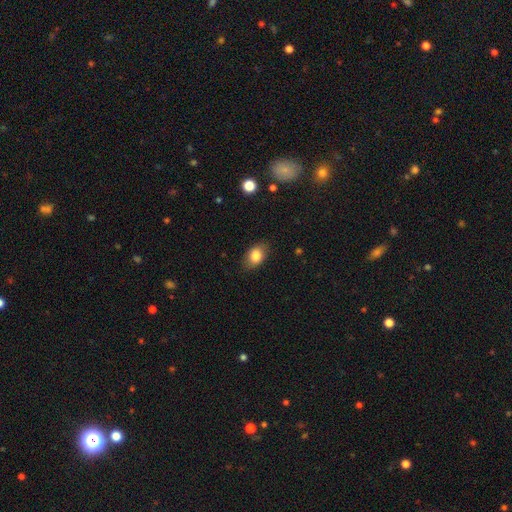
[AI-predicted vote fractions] A smooth galaxy with no disk features (82%) that is in between round and cigar-shaped (78%). Merging: none (82%).